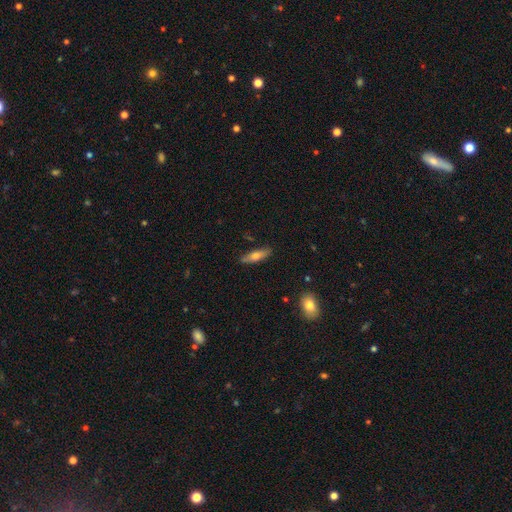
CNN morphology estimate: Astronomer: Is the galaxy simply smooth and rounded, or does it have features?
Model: smooth — 62%.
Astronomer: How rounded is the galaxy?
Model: cigar-shaped — 66%.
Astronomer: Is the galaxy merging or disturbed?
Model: none — 87%.